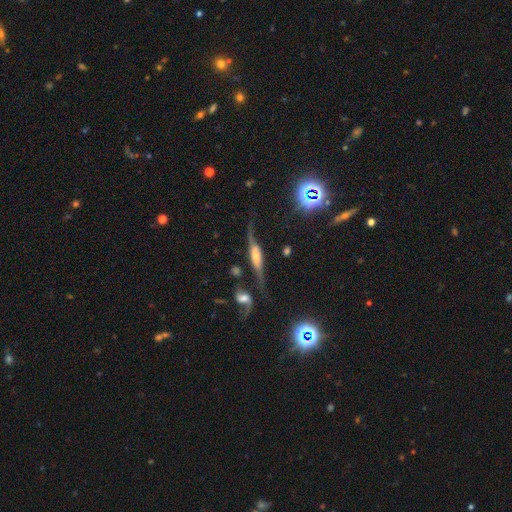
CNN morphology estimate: smooth_or_featured: featured or disk (p=0.76) [alt: smooth p=0.16]
disk_edge_on: yes (p=0.69) [alt: no p=0.31]
edge_on_bulge: rounded (p=0.69) [alt: boxy p=0.24]
merging: none (p=0.48) [alt: minor disturbance p=0.22]